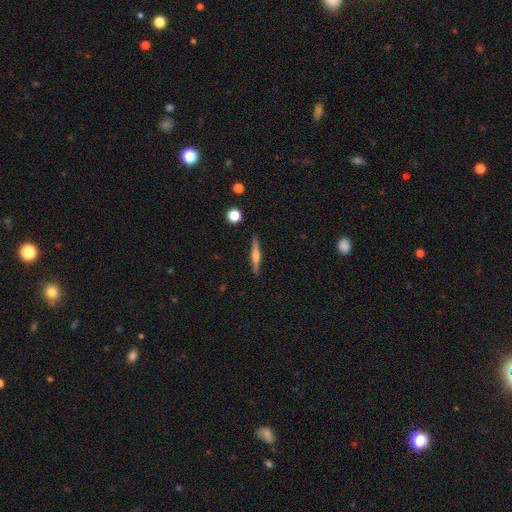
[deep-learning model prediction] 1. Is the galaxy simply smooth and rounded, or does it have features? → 60% featured or disk, 33% smooth, 7% star or artifact.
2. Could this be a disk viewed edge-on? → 97% yes, 3% no.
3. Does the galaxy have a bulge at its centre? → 81% rounded, 10% boxy, 9% none.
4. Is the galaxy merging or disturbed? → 90% none, 7% minor disturbance, 2% major disturbance, 1% merger.